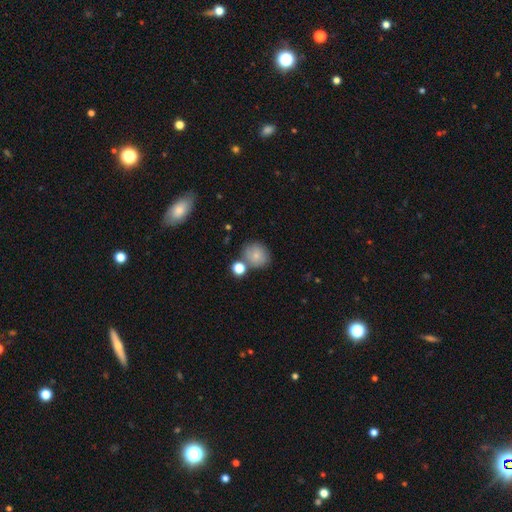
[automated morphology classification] Smooth or featured? Predicted: smooth (p=0.74). How rounded? Predicted: round (p=0.78). Merging? Predicted: none (p=0.64).